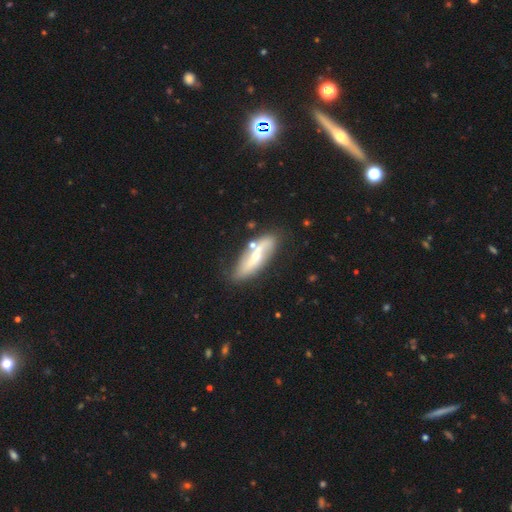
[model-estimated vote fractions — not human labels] Smooth or featured: featured or disk — 62% (smooth — 31%)
Edge-on disk: no — 69% (yes — 31%)
Merging: none — 65% (minor disturbance — 20%)